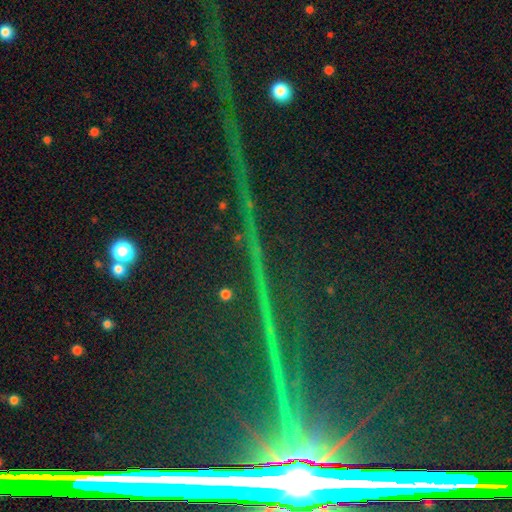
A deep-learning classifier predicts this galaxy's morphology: Smooth or featured?
  - star or artifact: 83% *
  - featured or disk: 10%
  - smooth: 7%